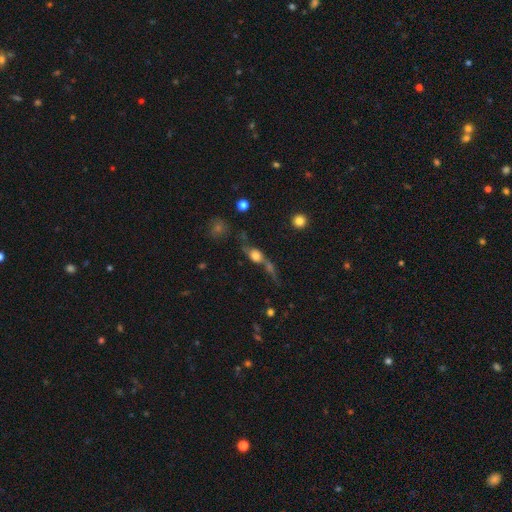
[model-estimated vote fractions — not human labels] Q: Smooth or featured?
A: smooth (50%); runner-up: featured or disk (37%)
Q: Merging?
A: merger (39%); runner-up: none (32%)